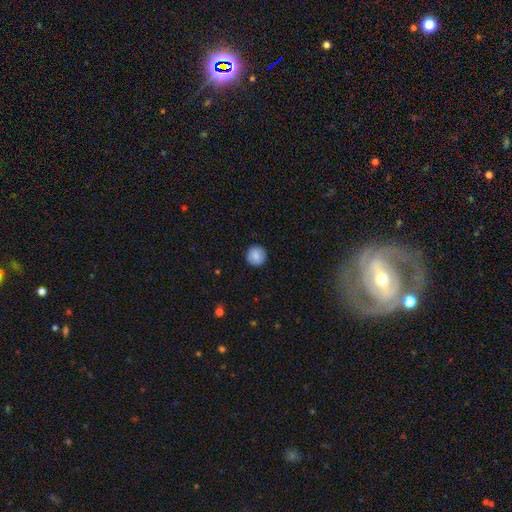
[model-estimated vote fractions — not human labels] Q: Smooth or featured?
A: smooth (87%); runner-up: star or artifact (7%)
Q: How rounded?
A: round (95%); runner-up: in between (4%)
Q: Merging?
A: none (92%); runner-up: minor disturbance (6%)